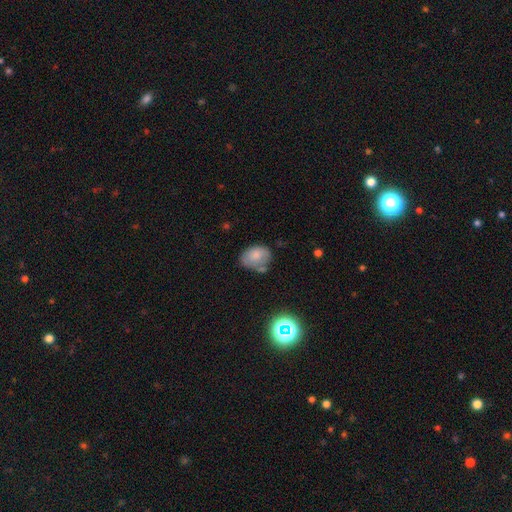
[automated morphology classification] This appears to be a smooth galaxy with no disk features (75%) that is in between round and cigar-shaped (71%). Merging: none (49%).